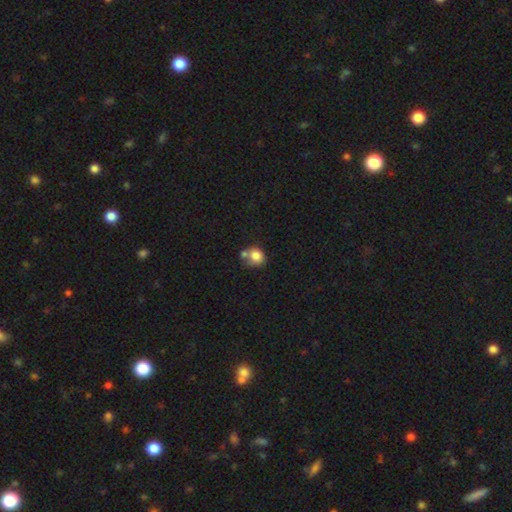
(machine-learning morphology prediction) Smooth or featured?
  - smooth: 80% *
  - featured or disk: 10%
  - star or artifact: 9%
How rounded?
  - round: 74% *
  - in between: 25%
  - cigar-shaped: 1%
Merging?
  - none: 43% *
  - merger: 37%
  - minor disturbance: 14%
  - major disturbance: 5%